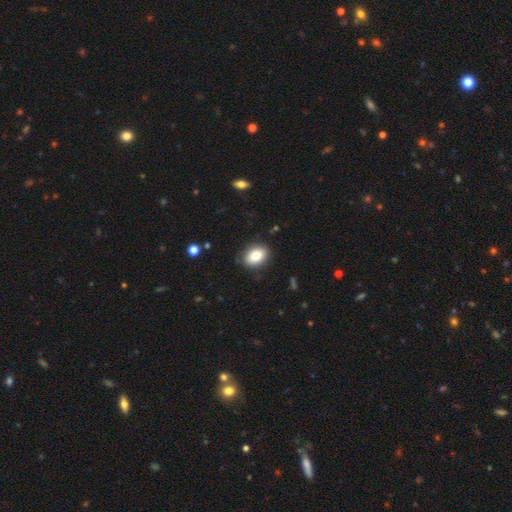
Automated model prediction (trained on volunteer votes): A smooth galaxy with no disk features (83%) that is in between round and cigar-shaped (76%).

Vote fractions:
- Smooth or featured? smooth: 83% / featured or disk: 8% / star or artifact: 8%
- How rounded? in between: 76% / round: 23% / cigar-shaped: 1%
- Merging? none: 87% / minor disturbance: 10% / major disturbance: 2% / merger: 1%